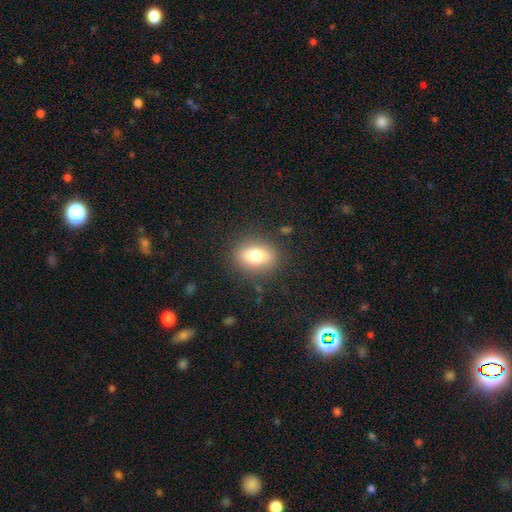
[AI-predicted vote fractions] Smooth or featured? Predicted: smooth (p=0.76). How rounded? Predicted: in between (p=0.69). Merging? Predicted: none (p=0.83).